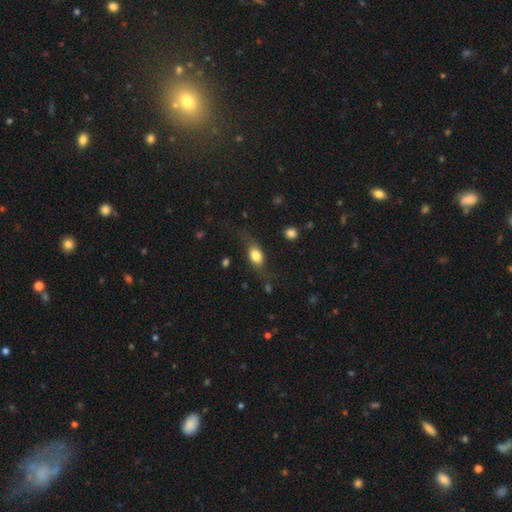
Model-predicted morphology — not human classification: Smooth or featured? Predicted: smooth (p=0.69). How rounded? Predicted: in between (p=0.77). Merging? Predicted: none (p=0.62).